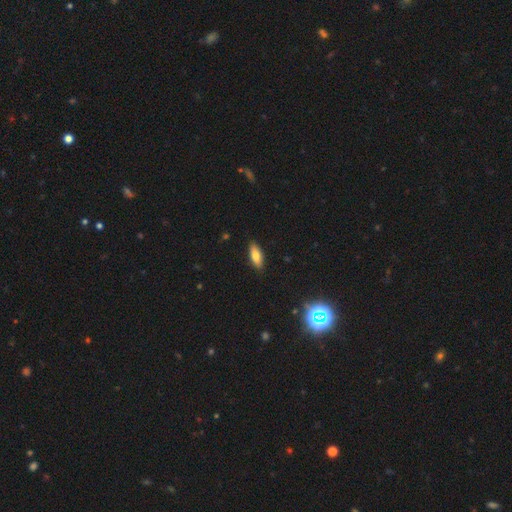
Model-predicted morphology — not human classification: Smooth or featured: smooth — 76% (featured or disk — 16%)
How rounded: in between — 71% (cigar-shaped — 27%)
Merging: none — 88% (minor disturbance — 9%)